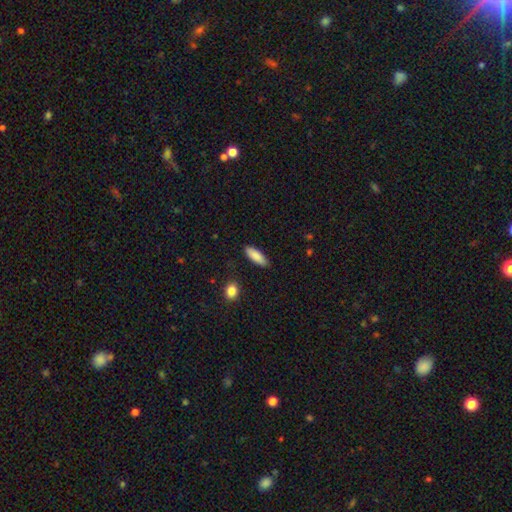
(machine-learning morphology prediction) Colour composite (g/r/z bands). It shows a smooth galaxy with no disk features (88%) that is in between round and cigar-shaped (59%). Merging: none (87%).